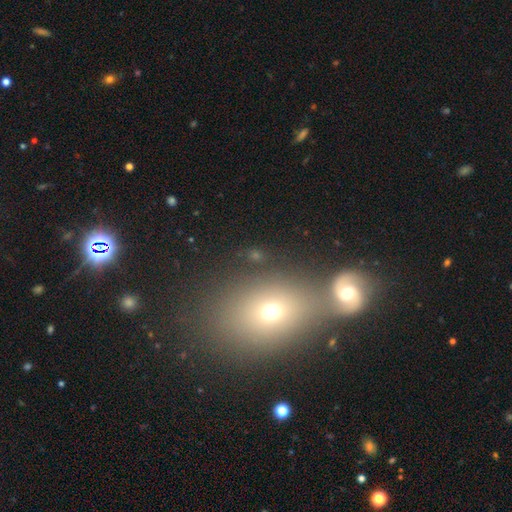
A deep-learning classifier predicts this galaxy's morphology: Q: Smooth or featured?
A: smooth (51%); runner-up: featured or disk (31%)
Q: How rounded?
A: in between (52%); runner-up: round (46%)
Q: Merging?
A: none (55%); runner-up: merger (27%)